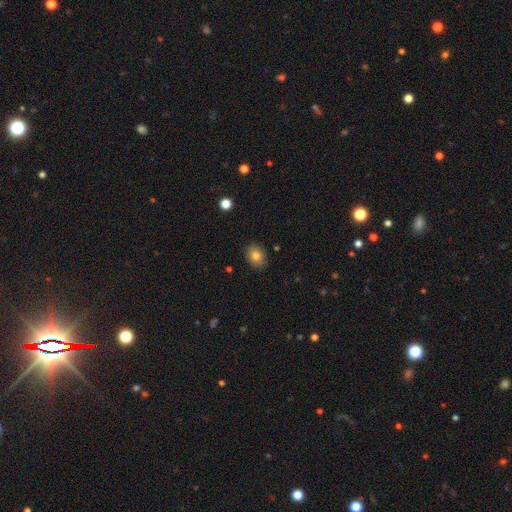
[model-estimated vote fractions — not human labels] This is clearly a smooth galaxy (82%). How rounded: possibly in between (52%). Merging: clearly none (87%).